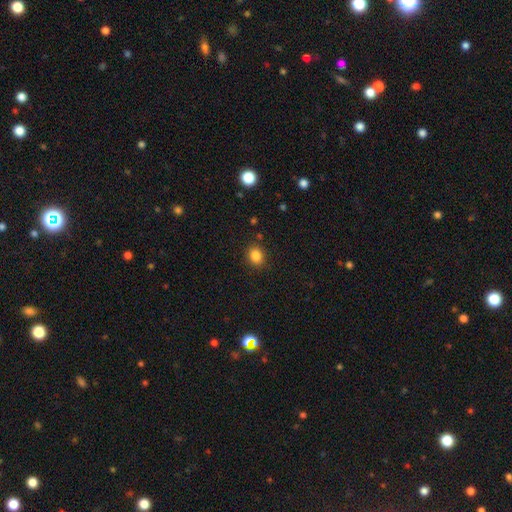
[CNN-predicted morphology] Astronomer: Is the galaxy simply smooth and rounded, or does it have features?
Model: smooth — 85%.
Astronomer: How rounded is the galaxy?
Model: round — 63%.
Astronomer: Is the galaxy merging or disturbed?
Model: none — 87%.